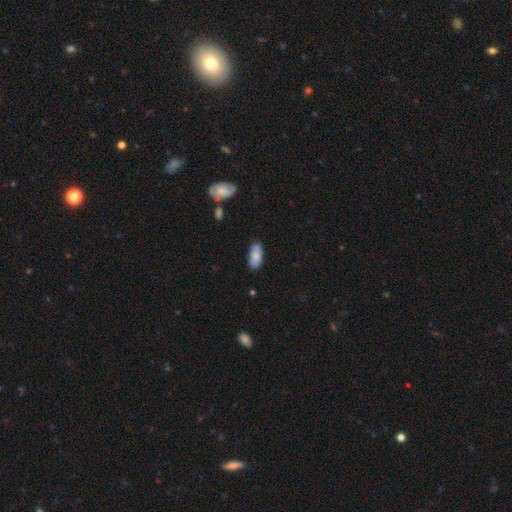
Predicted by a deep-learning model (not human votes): smooth 83%, featured or disk 10%, star or artifact 6%. Down the decision tree: how rounded — in between (88%); merging — none (81%).